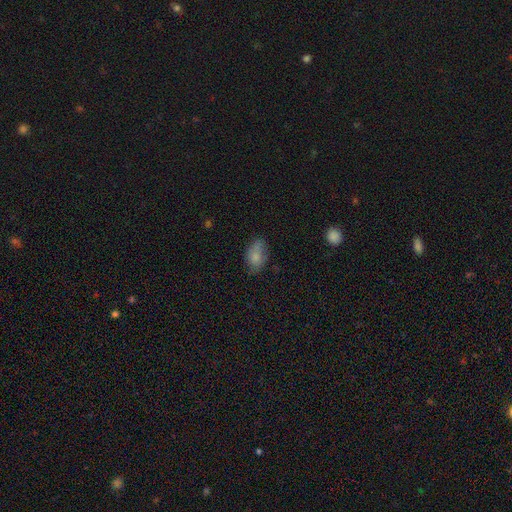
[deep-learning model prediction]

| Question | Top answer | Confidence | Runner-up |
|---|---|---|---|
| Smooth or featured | smooth | 77% | featured or disk (14%) |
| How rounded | in between | 88% | round (10%) |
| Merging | none | 59% | minor disturbance (30%) |